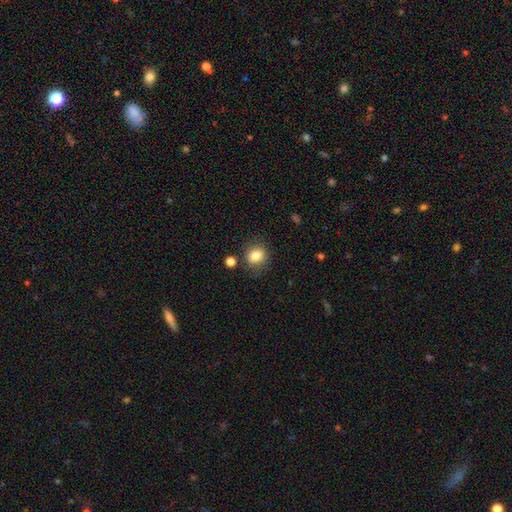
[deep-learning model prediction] Q: Smooth or featured?
A: smooth (82%); runner-up: star or artifact (10%)
Q: How rounded?
A: round (66%); runner-up: in between (33%)
Q: Merging?
A: none (80%); runner-up: minor disturbance (12%)